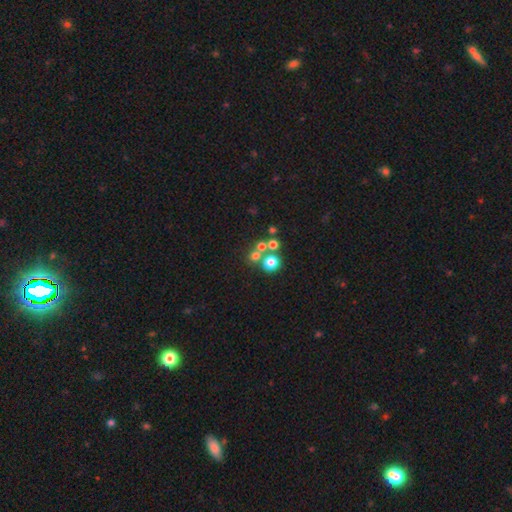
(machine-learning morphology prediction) A smooth galaxy with no disk features (65%) that is round (88%).

Vote fractions:
- Smooth or featured? smooth: 65% / star or artifact: 22% / featured or disk: 14%
- How rounded? round: 88% / in between: 11% / cigar-shaped: 1%
- Merging? none: 57% / merger: 33% / minor disturbance: 7% / major disturbance: 4%